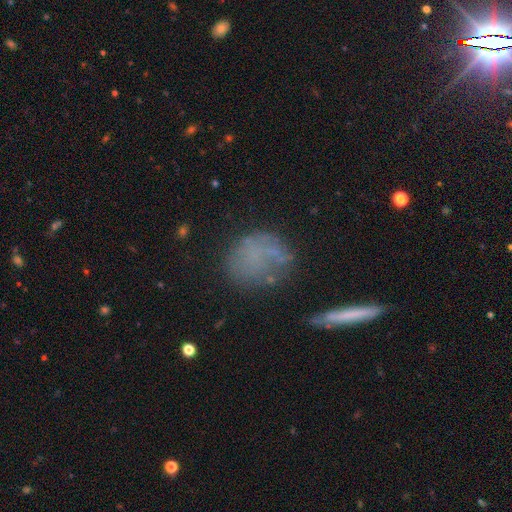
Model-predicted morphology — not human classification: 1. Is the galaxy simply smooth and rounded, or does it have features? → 55% smooth, 29% featured or disk, 16% star or artifact.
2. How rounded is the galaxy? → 70% round, 26% in between, 3% cigar-shaped.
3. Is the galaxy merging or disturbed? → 58% none, 22% minor disturbance, 15% major disturbance, 5% merger.